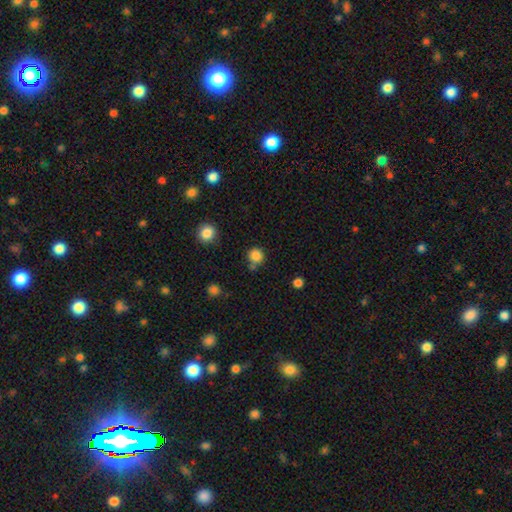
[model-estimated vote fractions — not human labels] This appears to be a smooth galaxy with no disk features (84%) that is round (92%). Merging: none (74%).